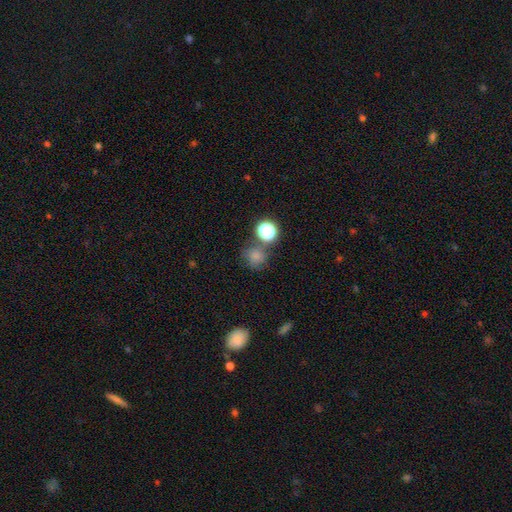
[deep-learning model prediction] A smooth galaxy with no disk features (73%) that is round (86%). Merging: none (65%).